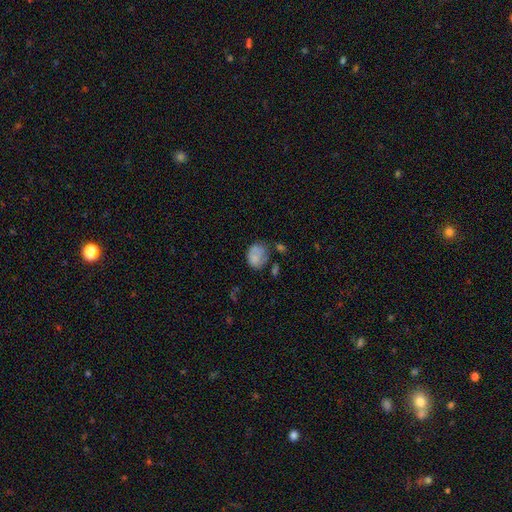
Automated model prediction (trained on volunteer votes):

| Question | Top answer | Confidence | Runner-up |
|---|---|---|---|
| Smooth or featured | smooth | 72% | featured or disk (19%) |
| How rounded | in between | 57% | round (42%) |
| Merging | none | 40% | minor disturbance (31%) |